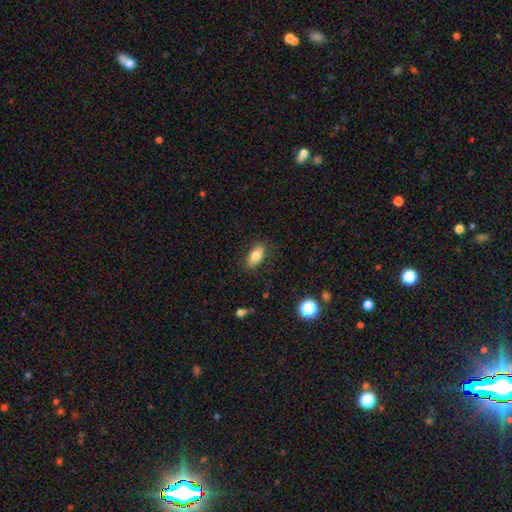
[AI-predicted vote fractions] Smooth or featured: smooth — 79% (featured or disk — 13%)
How rounded: in between — 87% (cigar-shaped — 8%)
Merging: none — 85% (minor disturbance — 11%)